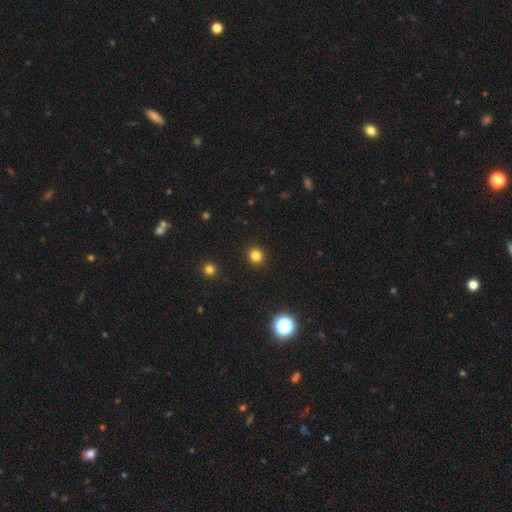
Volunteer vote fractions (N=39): Q: Smooth or featured?
A: smooth (90%); runner-up: star or artifact (8%)
Q: How rounded?
A: round (94%); runner-up: in between (3%)
Q: Merging?
A: none (92%); runner-up: minor disturbance (8%)